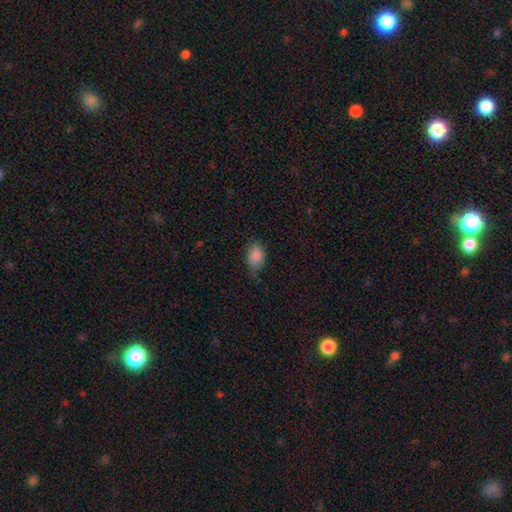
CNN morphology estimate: This is clearly a smooth galaxy (86%). How rounded: clearly in between (84%). Merging: possibly none (59%).